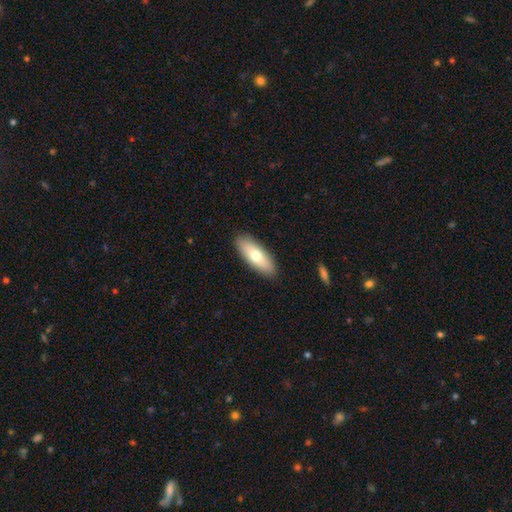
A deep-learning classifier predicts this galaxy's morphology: A smooth galaxy with no disk features (68%) that is in between round and cigar-shaped (69%).

Vote fractions:
- Smooth or featured? smooth: 68% / featured or disk: 26% / star or artifact: 6%
- How rounded? in between: 69% / cigar-shaped: 29% / round: 2%
- Merging? none: 89% / minor disturbance: 8% / major disturbance: 2% / merger: 1%